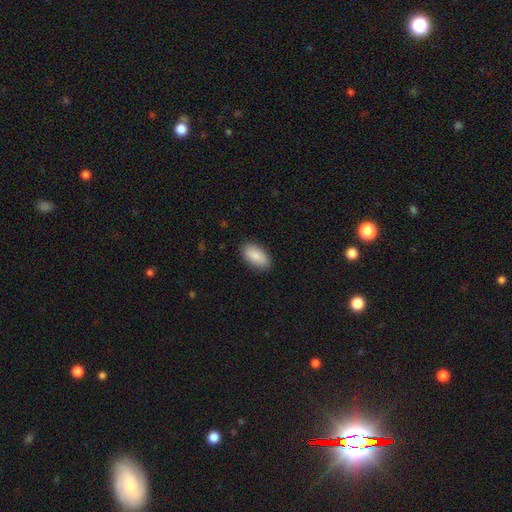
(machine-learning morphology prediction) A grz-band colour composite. It shows a smooth galaxy with no disk features (85%) that is in between round and cigar-shaped (94%). Merging: none (88%).